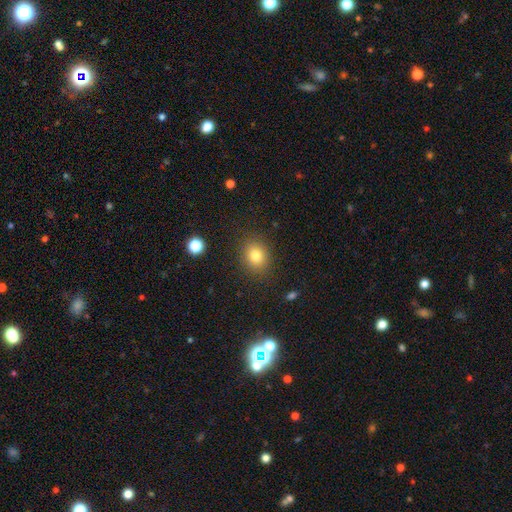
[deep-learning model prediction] smooth 80%, star or artifact 12%, featured or disk 8%. Down the decision tree: how rounded — round (56%); merging — none (86%).